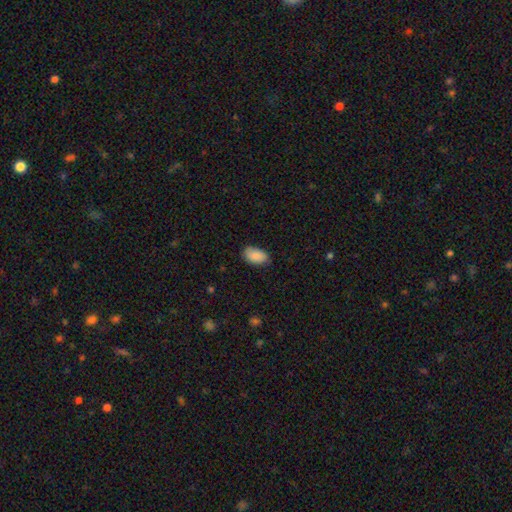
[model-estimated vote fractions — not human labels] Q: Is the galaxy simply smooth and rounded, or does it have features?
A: smooth — 90%.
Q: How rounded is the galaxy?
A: in between — 93%.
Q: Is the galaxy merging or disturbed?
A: none — 80%.